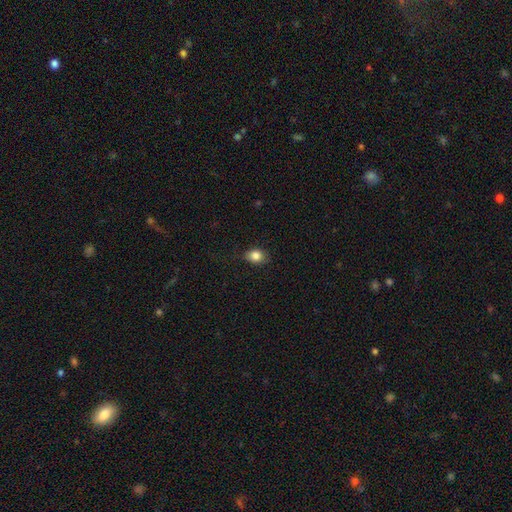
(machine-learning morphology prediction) smooth 84%, star or artifact 10%, featured or disk 6%. Down the decision tree: how rounded — in between (55%); merging — none (76%).